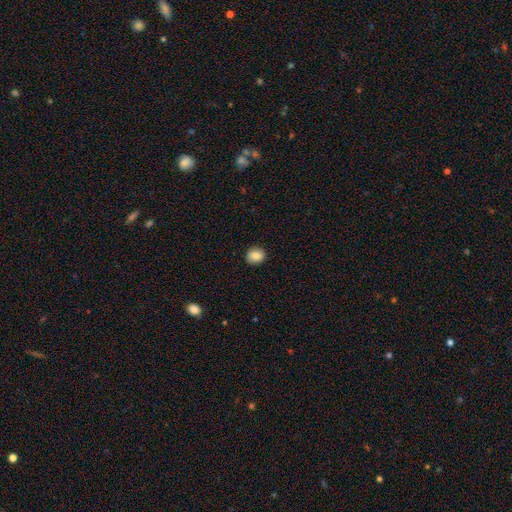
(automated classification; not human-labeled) A smooth galaxy with no disk features (86%) that is round (67%).

Vote fractions:
- Smooth or featured? smooth: 86% / star or artifact: 9% / featured or disk: 6%
- How rounded? round: 67% / in between: 32% / cigar-shaped: 1%
- Merging? none: 90% / minor disturbance: 7% / major disturbance: 2% / merger: 1%